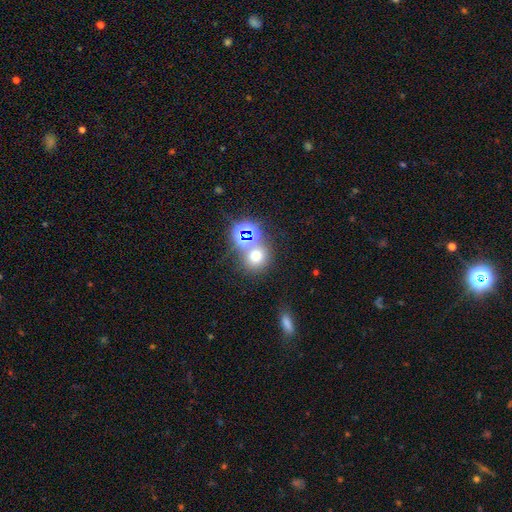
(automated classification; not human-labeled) Smooth or featured?
  - smooth: 60% *
  - star or artifact: 31%
  - featured or disk: 9%
How rounded?
  - round: 78% *
  - in between: 21%
  - cigar-shaped: 1%
Merging?
  - none: 59% *
  - merger: 27%
  - minor disturbance: 9%
  - major disturbance: 5%